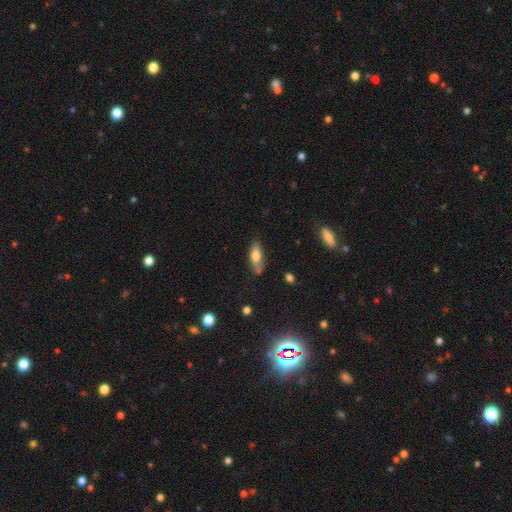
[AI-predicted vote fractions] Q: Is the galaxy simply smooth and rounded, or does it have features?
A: smooth — 68%.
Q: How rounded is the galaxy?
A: in between — 69%.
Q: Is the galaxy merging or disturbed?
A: none — 62%.